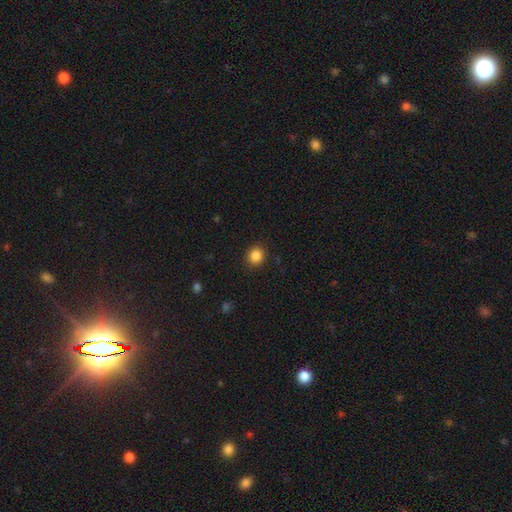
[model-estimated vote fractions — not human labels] smooth_or_featured: smooth (p=0.86) [alt: star or artifact p=0.11]
how_rounded: round (p=0.85) [alt: in between p=0.14]
merging: none (p=0.90) [alt: minor disturbance p=0.06]